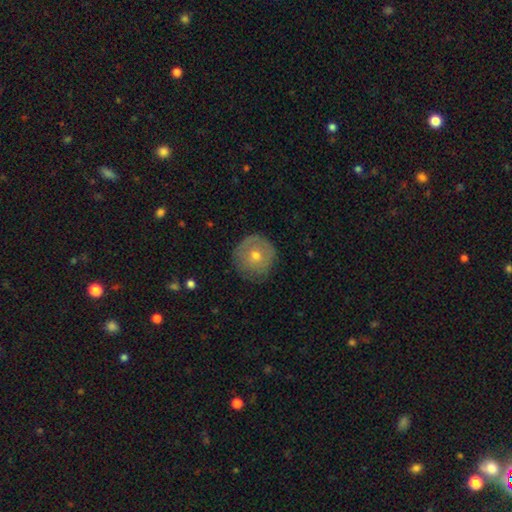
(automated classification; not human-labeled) This appears to be a smooth galaxy with no disk features (56%) that is round (95%). Merging: none (81%).